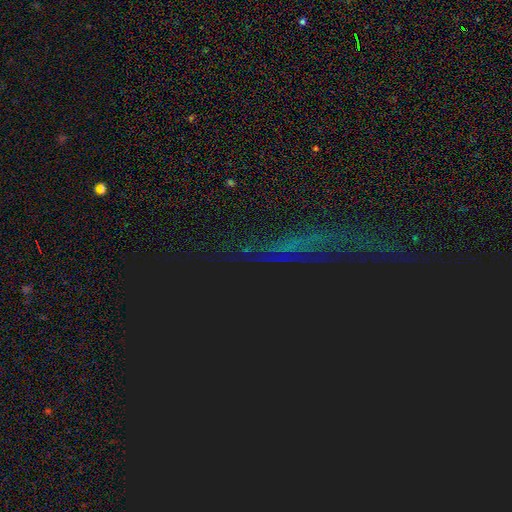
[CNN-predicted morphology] star or artifact 69%, smooth 16%, featured or disk 14%.